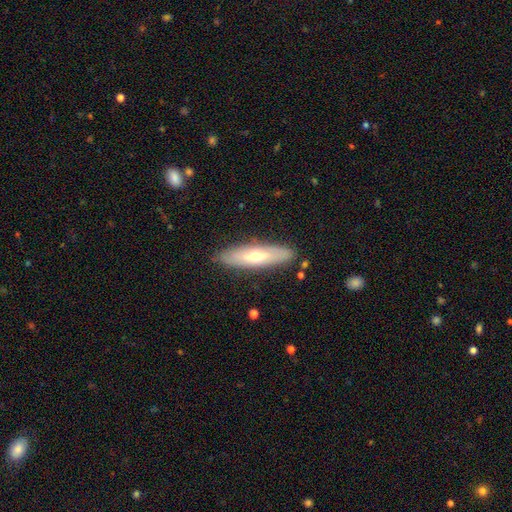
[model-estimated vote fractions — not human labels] This is possibly a smooth galaxy (47%). Merging: clearly none (87%).